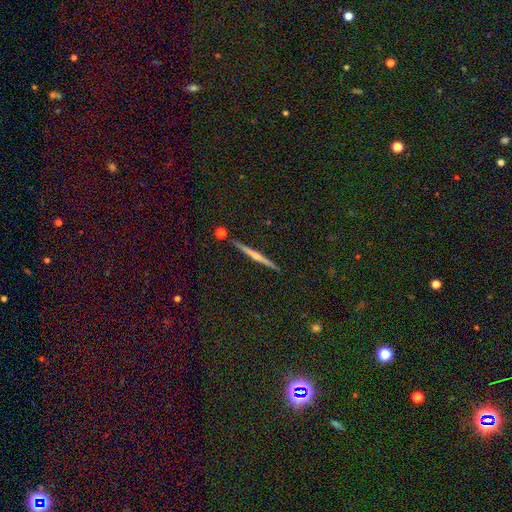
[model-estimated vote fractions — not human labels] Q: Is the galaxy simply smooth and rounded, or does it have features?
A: featured or disk — 52%.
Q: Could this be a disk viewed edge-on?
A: yes — 94%.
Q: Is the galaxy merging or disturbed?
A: none — 92%.